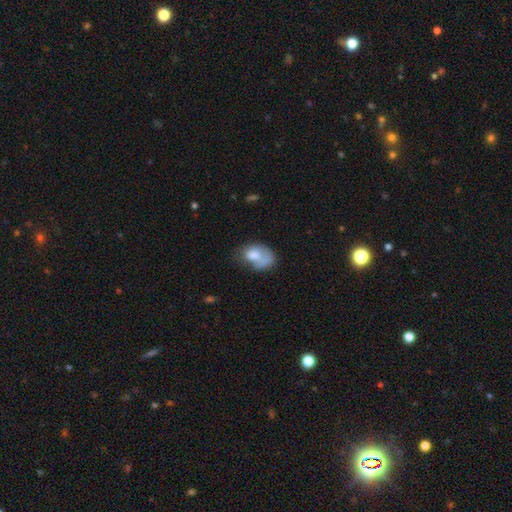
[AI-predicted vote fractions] Smooth or featured? Predicted: smooth (p=0.66). How rounded? Predicted: in between (p=0.80). Merging? Predicted: none (p=0.29, tied with major disturbance).